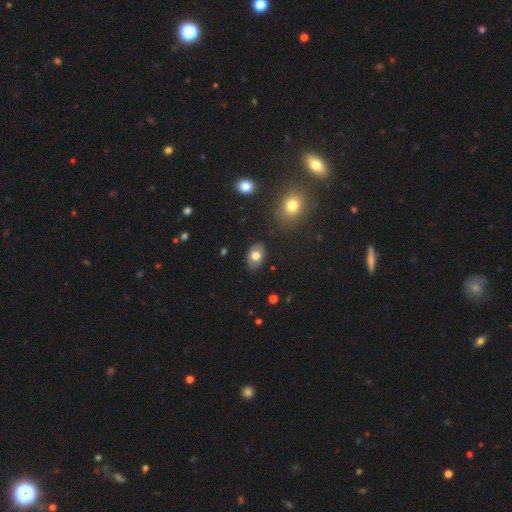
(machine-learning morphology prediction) A smooth galaxy with no disk features (67%) that is in between round and cigar-shaped (80%).

Vote fractions:
- Smooth or featured? smooth: 67% / featured or disk: 24% / star or artifact: 8%
- How rounded? in between: 80% / round: 19% / cigar-shaped: 1%
- Merging? none: 85% / minor disturbance: 11% / major disturbance: 3% / merger: 2%